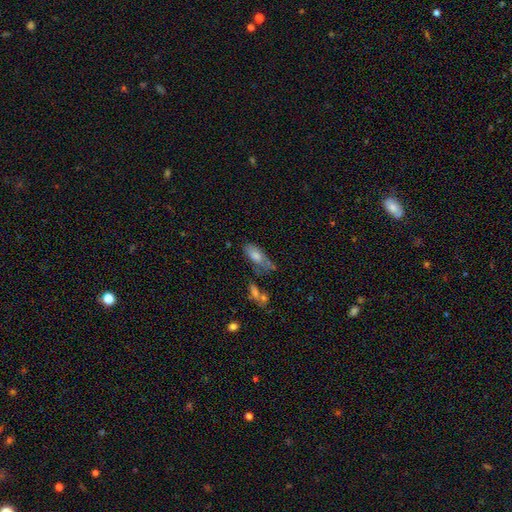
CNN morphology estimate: type=smooth (72%); roundness=in between (83%); merging=none (42%).